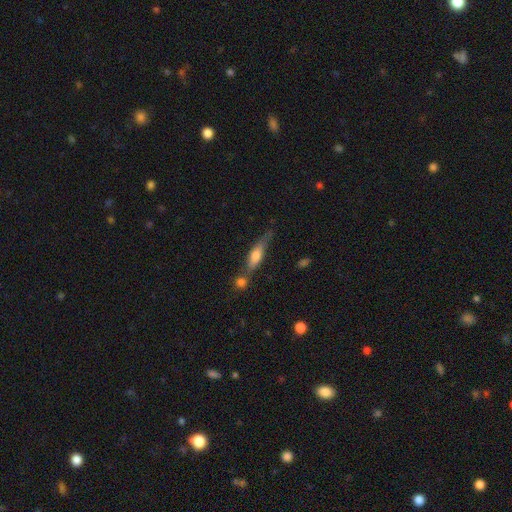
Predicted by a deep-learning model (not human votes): A smooth galaxy with no disk features (47%).

Vote fractions:
- Smooth or featured? smooth: 47% / featured or disk: 45% / star or artifact: 7%
- Merging? none: 53% / merger: 21% / minor disturbance: 19% / major disturbance: 7%